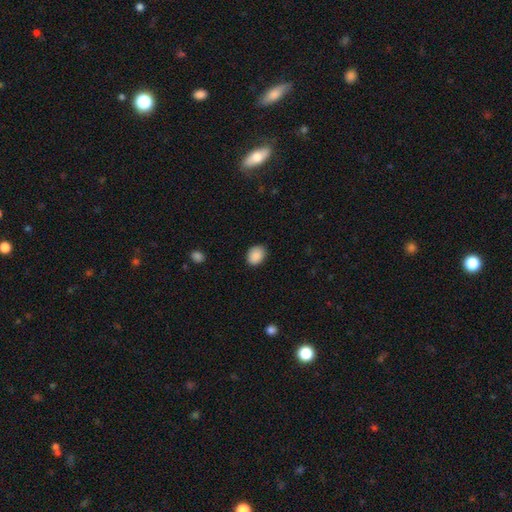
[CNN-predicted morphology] This is clearly a smooth galaxy (89%). How rounded: likely in between (62%). Merging: clearly none (85%).